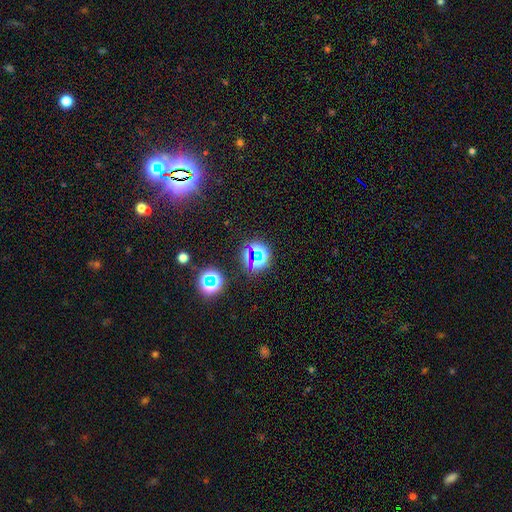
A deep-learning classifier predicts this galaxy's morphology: type=star or artifact (69%).